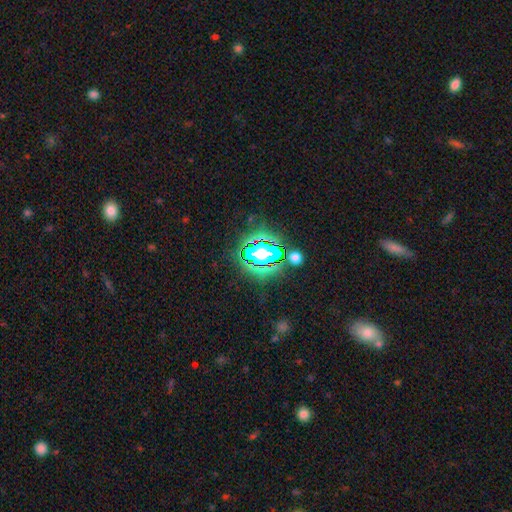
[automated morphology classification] A star or artifact, not a galaxy (79%).